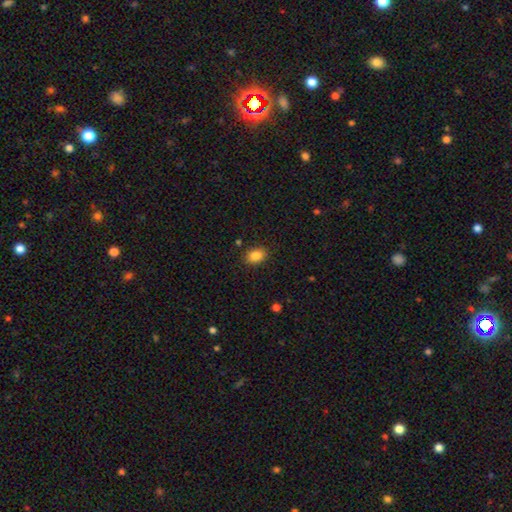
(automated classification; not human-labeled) smooth 85%, star or artifact 9%, featured or disk 6%. Down the decision tree: how rounded — in between (71%); merging — none (87%).